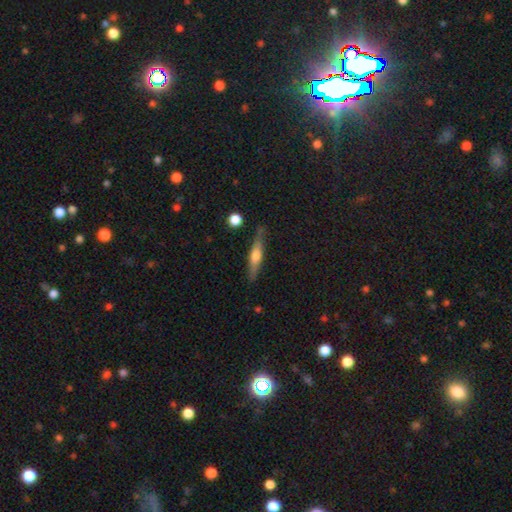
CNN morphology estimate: Smooth or featured? Predicted: featured or disk (p=0.55). Edge-on disk? Predicted: yes (p=0.94). Edge-on bulge? Predicted: rounded (p=0.83). Merging? Predicted: none (p=0.81).